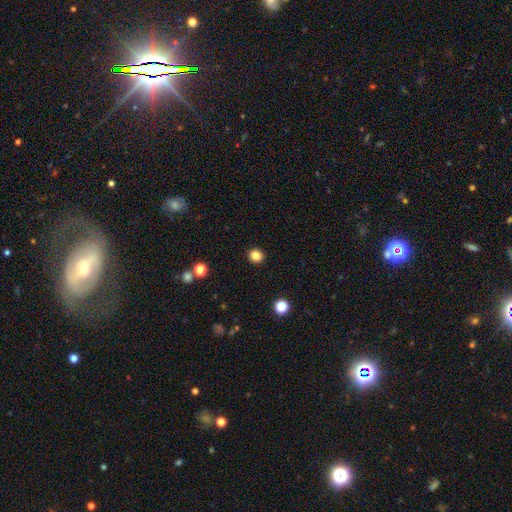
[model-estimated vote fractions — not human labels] Smooth or featured?
  - smooth: 84% *
  - star or artifact: 11%
  - featured or disk: 4%
How rounded?
  - round: 83% *
  - in between: 16%
  - cigar-shaped: 1%
Merging?
  - none: 92% *
  - minor disturbance: 5%
  - major disturbance: 2%
  - merger: 1%